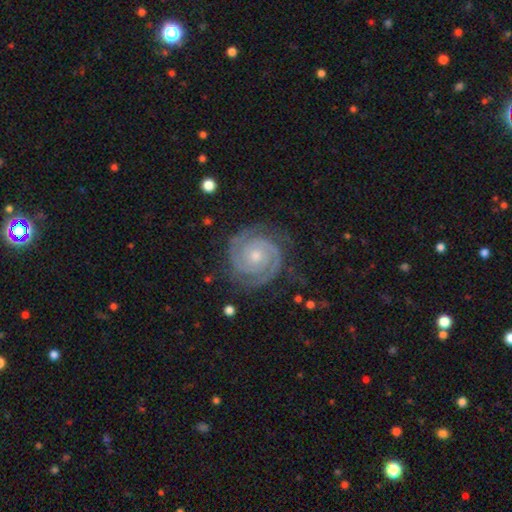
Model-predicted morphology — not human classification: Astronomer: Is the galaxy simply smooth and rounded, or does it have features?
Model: featured or disk — 91%.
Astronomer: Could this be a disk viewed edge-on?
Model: no — 98%.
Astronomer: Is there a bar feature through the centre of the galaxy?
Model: no — 75%.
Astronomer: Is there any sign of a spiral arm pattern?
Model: yes — 98%.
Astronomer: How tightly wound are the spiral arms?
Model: tight — 81%.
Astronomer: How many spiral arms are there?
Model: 2 — 84%.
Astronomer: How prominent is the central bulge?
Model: small — 57% (runner-up: moderate, 40%).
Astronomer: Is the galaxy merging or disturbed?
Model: none — 81%.